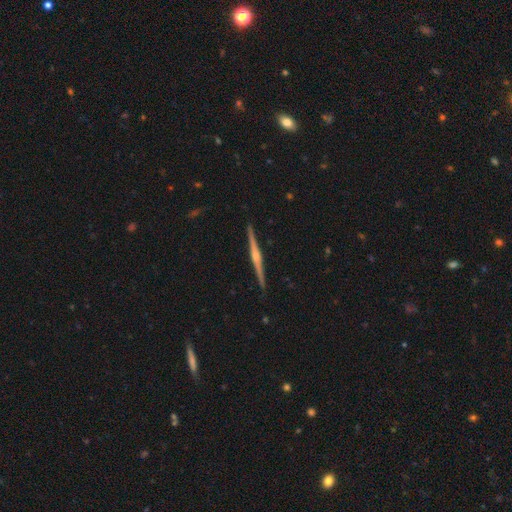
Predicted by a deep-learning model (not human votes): A featured or disk galaxy (84%) viewed edge-on (99%) with a rounded central bulge (79%). Merging: none (92%).